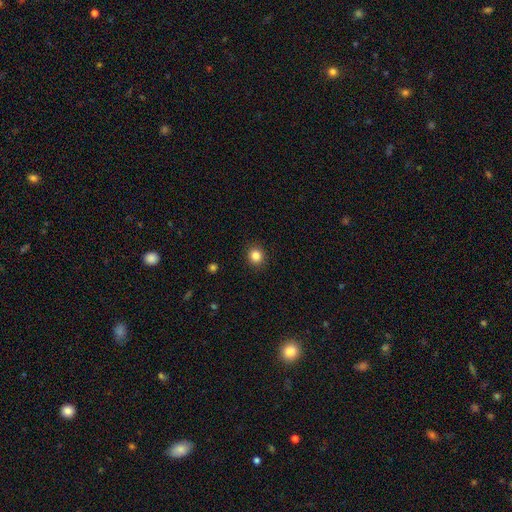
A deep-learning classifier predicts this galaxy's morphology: Smooth or featured? Predicted: smooth (p=0.84). How rounded? Predicted: round (p=0.88). Merging? Predicted: none (p=0.92).